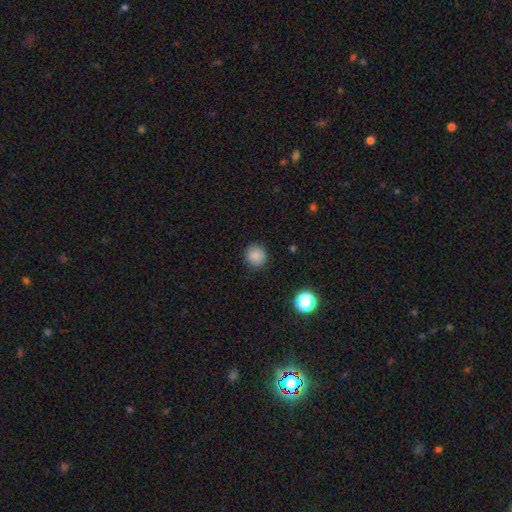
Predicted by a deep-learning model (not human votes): smooth 85%, star or artifact 11%, featured or disk 4%. Down the decision tree: how rounded — round (91%); merging — none (89%).